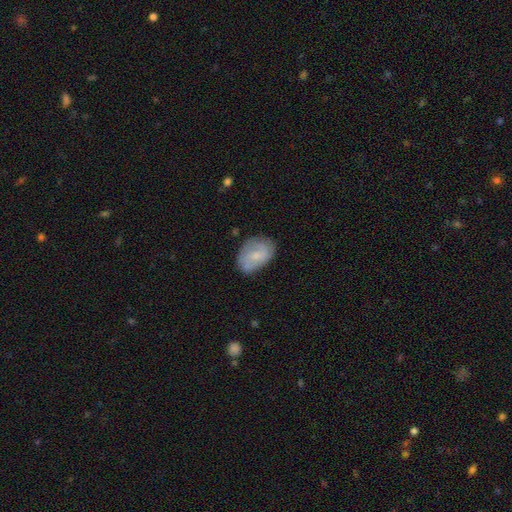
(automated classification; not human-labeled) This appears to be a smooth galaxy with no disk features (50%). Merging: none (65%).